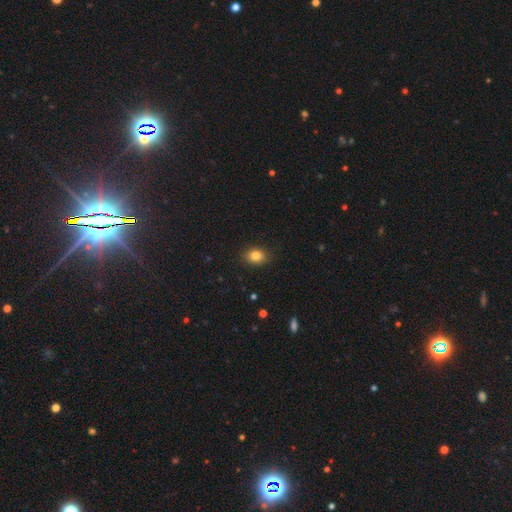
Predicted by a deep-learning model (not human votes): This appears to be a smooth galaxy with no disk features (84%) that is in between round and cigar-shaped (64%). Merging: none (88%).